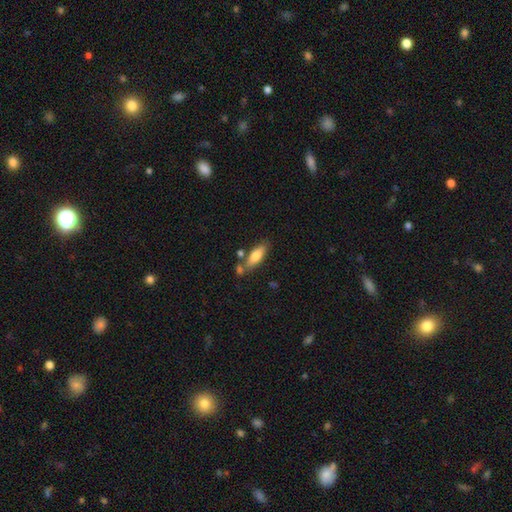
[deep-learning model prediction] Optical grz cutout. It shows a smooth galaxy with no disk features (75%) that is in between round and cigar-shaped (62%). Merging: none (65%).